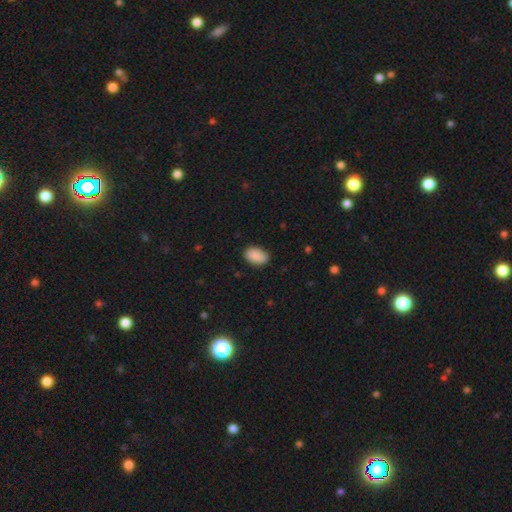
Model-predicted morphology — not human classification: Q: Smooth or featured?
A: smooth (90%); runner-up: star or artifact (7%)
Q: How rounded?
A: in between (92%); runner-up: round (7%)
Q: Merging?
A: none (84%); runner-up: minor disturbance (12%)